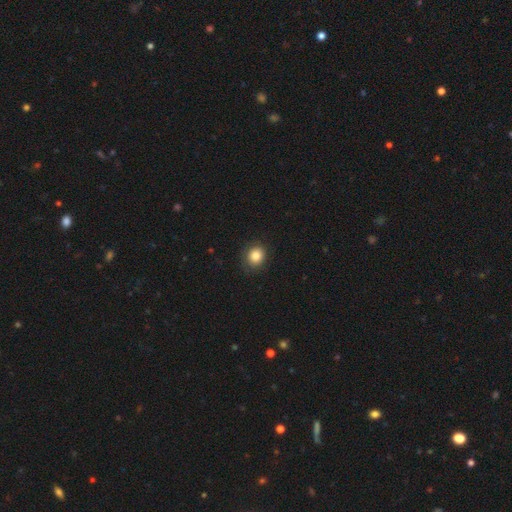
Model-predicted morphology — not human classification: smooth 84%, star or artifact 10%, featured or disk 6%. Down the decision tree: how rounded — round (80%); merging — none (86%).